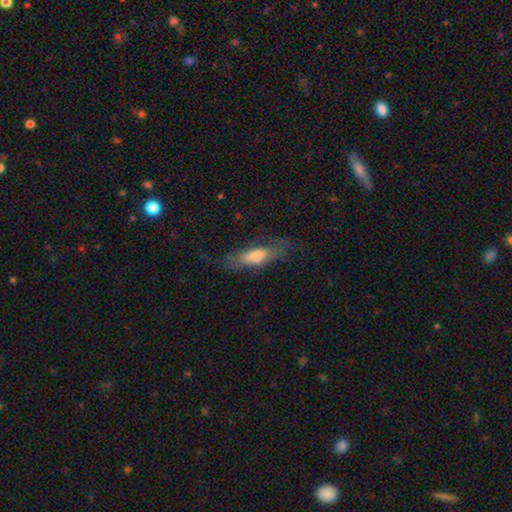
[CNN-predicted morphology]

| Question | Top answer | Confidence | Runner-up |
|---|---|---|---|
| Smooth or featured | smooth | 60% | featured or disk (32%) |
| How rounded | cigar-shaped | 55% | in between (43%) |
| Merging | none | 63% | minor disturbance (23%) |